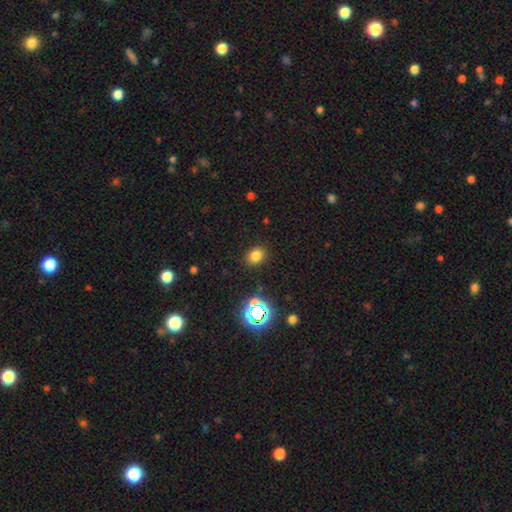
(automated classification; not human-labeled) This appears to be a smooth galaxy with no disk features (76%) that is round (51%). Merging: none (86%).